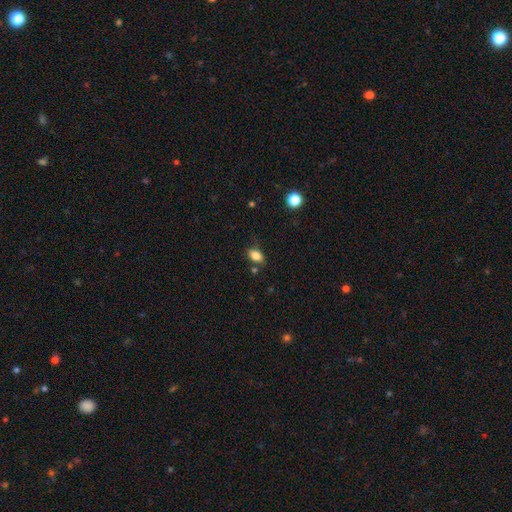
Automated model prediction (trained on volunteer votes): Q: Smooth or featured?
A: smooth (82%); runner-up: star or artifact (10%)
Q: How rounded?
A: in between (85%); runner-up: round (12%)
Q: Merging?
A: none (71%); runner-up: minor disturbance (18%)